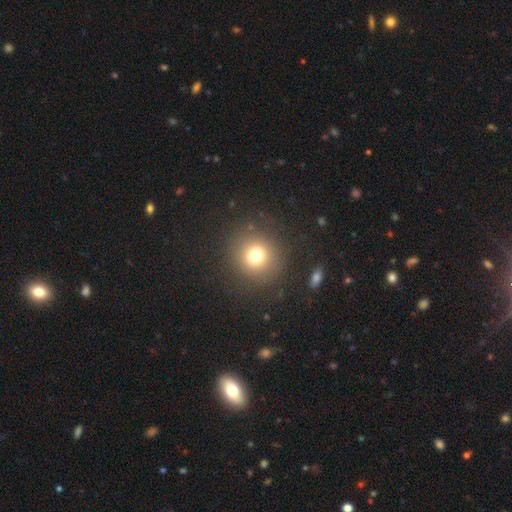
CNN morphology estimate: smooth 74%, star or artifact 16%, featured or disk 11%. Down the decision tree: how rounded — round (92%); merging — none (86%).